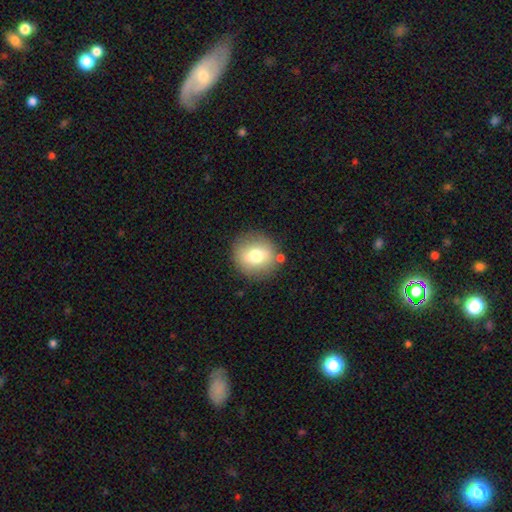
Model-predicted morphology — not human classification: type=smooth (71%); roundness=round (90%); merging=none (83%).